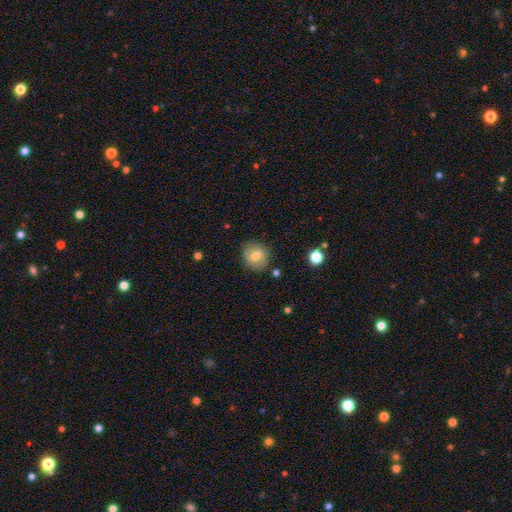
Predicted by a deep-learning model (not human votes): The model was most divided on "smooth or featured": smooth: 58%, featured or disk: 33%, star or artifact: 9%. More confident: how rounded — round (85%); merging — none (82%).